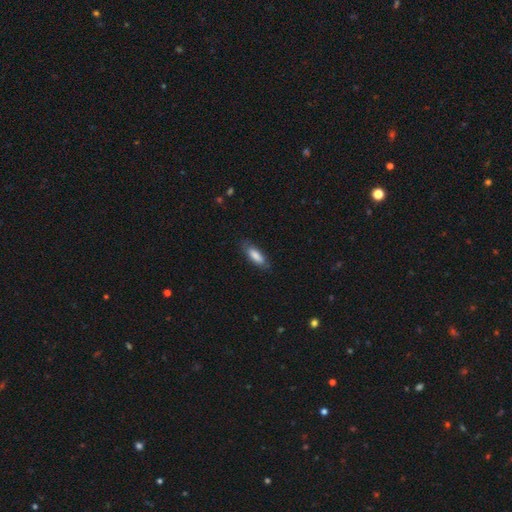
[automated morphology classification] A smooth galaxy with no disk features (81%) that is in between round and cigar-shaped (65%).

Vote fractions:
- Smooth or featured? smooth: 81% / featured or disk: 13% / star or artifact: 6%
- How rounded? in between: 65% / cigar-shaped: 34% / round: 2%
- Merging? none: 77% / minor disturbance: 18% / major disturbance: 4% / merger: 1%